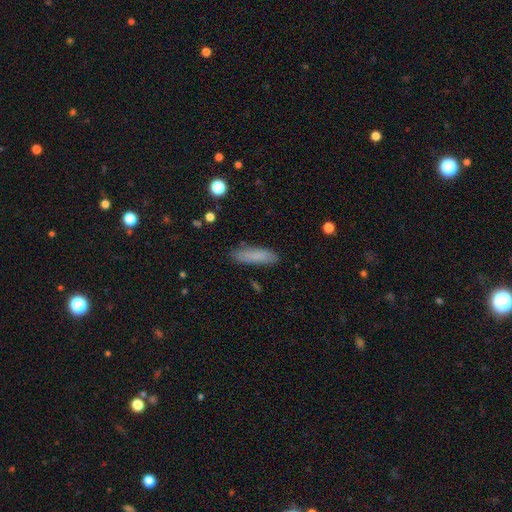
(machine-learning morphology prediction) smooth-or-featured: smooth: 83% | featured or disk: 9% | star or artifact: 8%
  how-rounded: cigar-shaped: 67% | in between: 31% | round: 2%
  merging: none: 85% | minor disturbance: 11% | major disturbance: 2% | merger: 1%